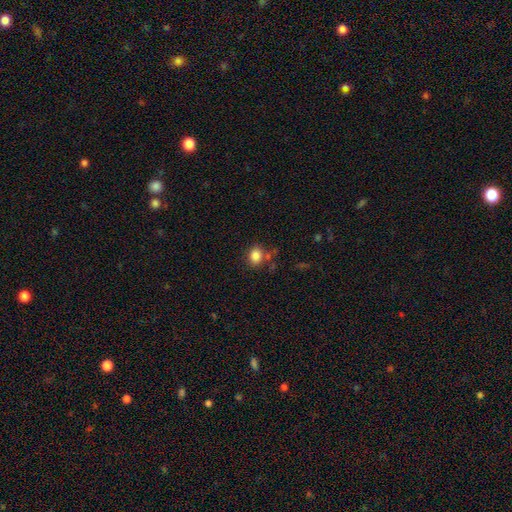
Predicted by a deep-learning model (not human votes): A smooth galaxy with no disk features (84%) that is round (54%). Merging: none (73%).